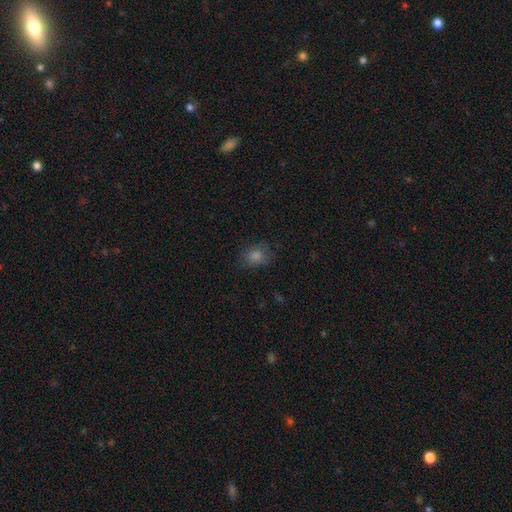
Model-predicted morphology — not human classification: A smooth galaxy with no disk features (73%) that is round (57%).

Vote fractions:
- Smooth or featured? smooth: 73% / star or artifact: 17% / featured or disk: 9%
- How rounded? round: 57% / in between: 42% / cigar-shaped: 1%
- Merging? none: 77% / minor disturbance: 17% / major disturbance: 5% / merger: 1%